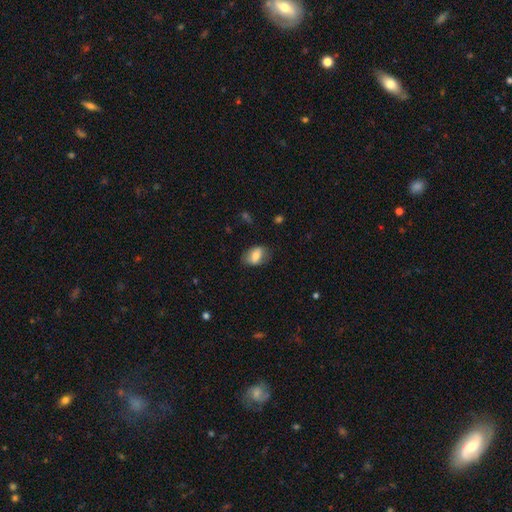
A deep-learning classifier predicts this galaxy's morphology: smooth_or_featured: smooth (p=0.69) [alt: featured or disk p=0.24]
how_rounded: in between (p=0.84) [alt: round p=0.14]
merging: none (p=0.75) [alt: minor disturbance p=0.18]